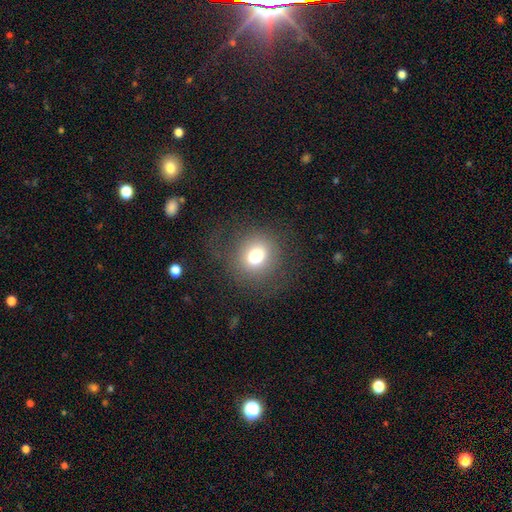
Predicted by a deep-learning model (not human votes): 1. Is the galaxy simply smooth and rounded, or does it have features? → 73% smooth, 14% star or artifact, 13% featured or disk.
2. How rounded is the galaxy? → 80% round, 19% in between, 1% cigar-shaped.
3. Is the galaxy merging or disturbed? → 77% none, 12% minor disturbance, 11% major disturbance, 1% merger.